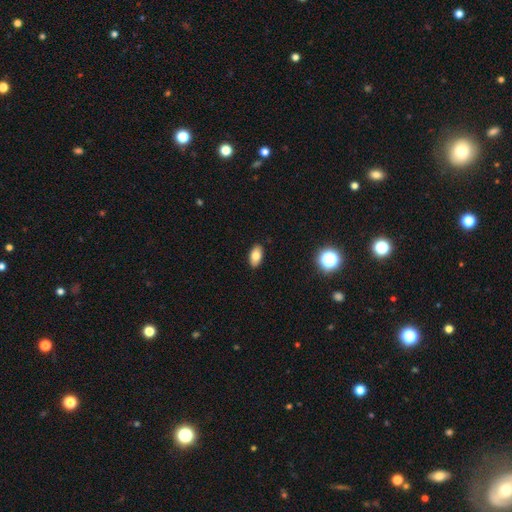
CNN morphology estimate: smooth 80%, featured or disk 11%, star or artifact 9%. Down the decision tree: how rounded — in between (92%); merging — none (89%).